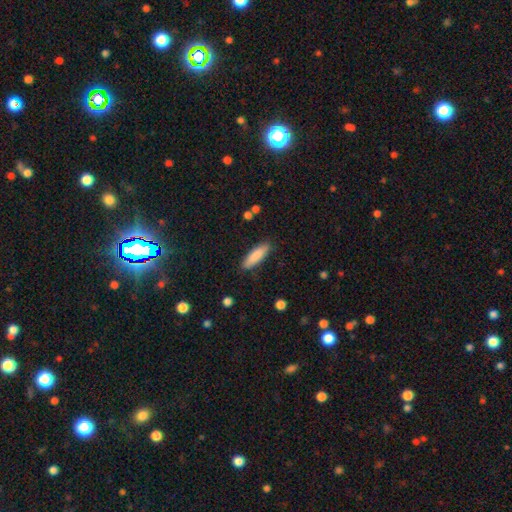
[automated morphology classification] This is clearly a smooth galaxy (85%). How rounded: possibly cigar-shaped (58%). Merging: clearly none (87%).